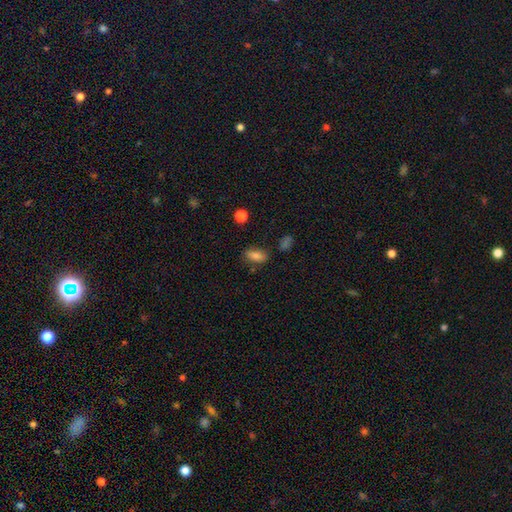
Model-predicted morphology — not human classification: smooth 78%, featured or disk 12%, star or artifact 10%. Down the decision tree: how rounded — in between (86%); merging — none (75%).